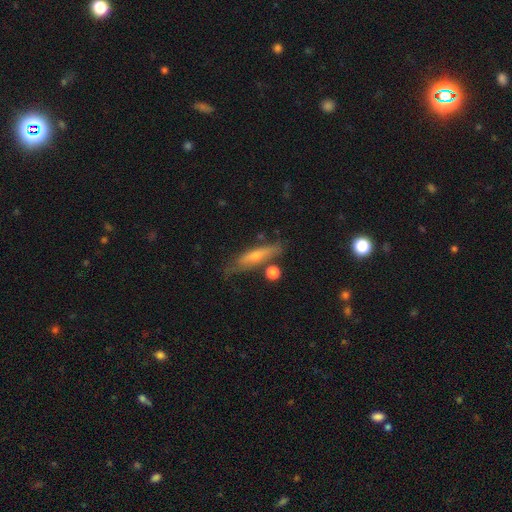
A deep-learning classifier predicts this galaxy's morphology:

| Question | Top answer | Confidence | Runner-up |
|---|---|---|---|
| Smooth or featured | featured or disk | 49% | smooth (43%) |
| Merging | none | 72% | minor disturbance (18%) |